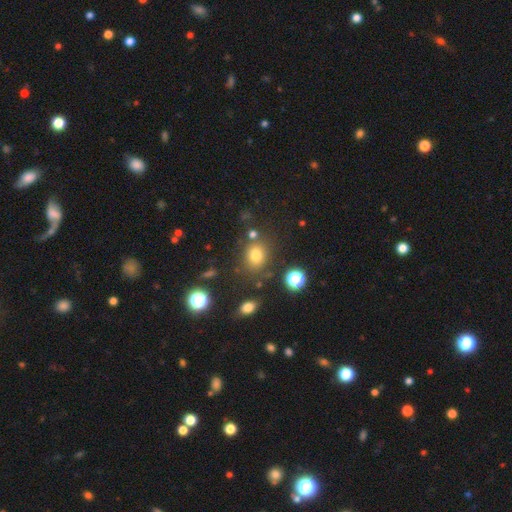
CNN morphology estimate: smooth-or-featured: smooth: 75% | star or artifact: 17% | featured or disk: 9%
  how-rounded: round: 62% | in between: 37% | cigar-shaped: 1%
  merging: none: 74% | minor disturbance: 13% | merger: 8% | major disturbance: 5%